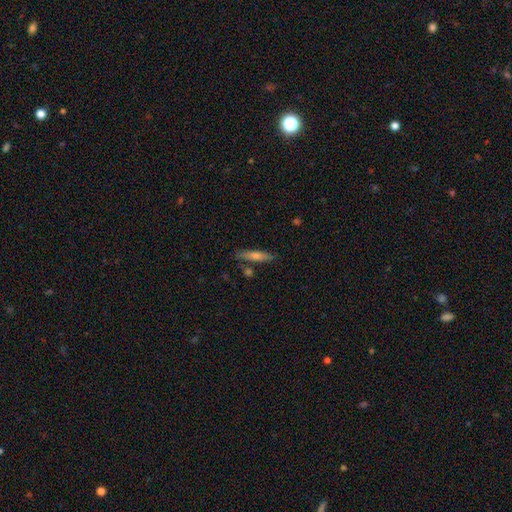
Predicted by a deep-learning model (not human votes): smooth_or_featured: smooth (p=0.56) [alt: featured or disk p=0.36]
how_rounded: cigar-shaped (p=0.84) [alt: in between p=0.14]
merging: none (p=0.80) [alt: minor disturbance p=0.12]